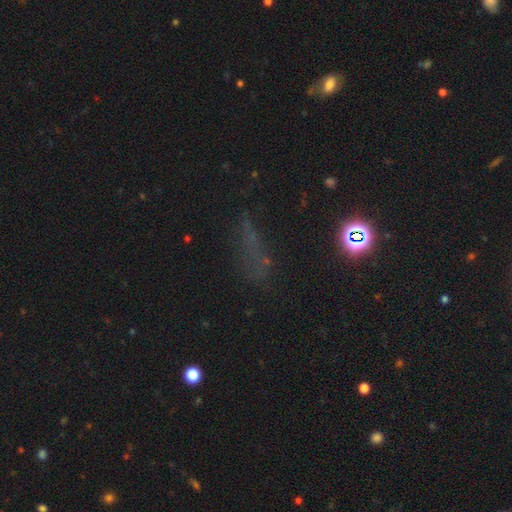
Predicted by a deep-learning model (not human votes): Smooth or featured?
  - star or artifact: 50% *
  - smooth: 32%
  - featured or disk: 18%